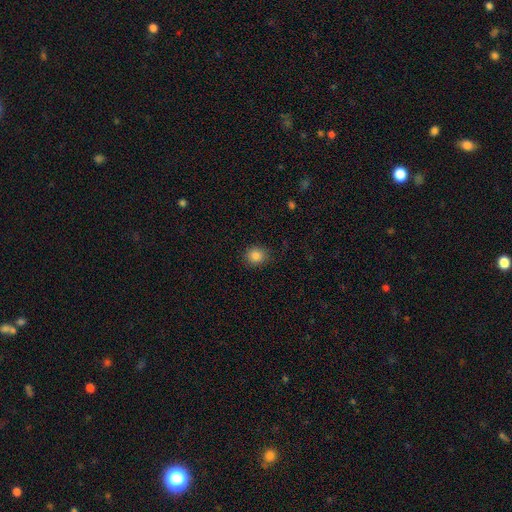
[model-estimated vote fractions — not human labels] Smooth or featured? Predicted: smooth (p=0.85). How rounded? Predicted: round (p=0.82). Merging? Predicted: none (p=0.88).